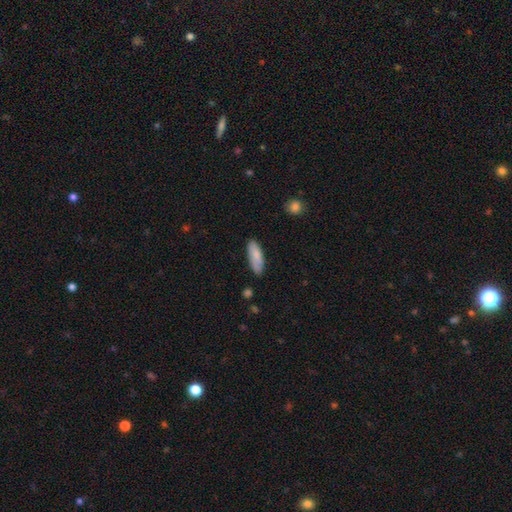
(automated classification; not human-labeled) Smooth or featured: smooth — 82% (featured or disk — 12%)
How rounded: in between — 66% (cigar-shaped — 32%)
Merging: none — 77% (minor disturbance — 18%)